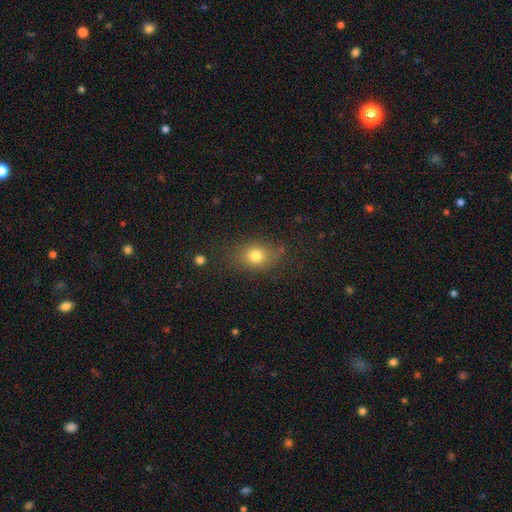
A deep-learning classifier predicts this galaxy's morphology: A smooth galaxy with no disk features (77%) that is in between round and cigar-shaped (54%).

Vote fractions:
- Smooth or featured? smooth: 77% / star or artifact: 13% / featured or disk: 10%
- How rounded? in between: 54% / round: 45% / cigar-shaped: 2%
- Merging? none: 76% / minor disturbance: 16% / major disturbance: 6% / merger: 2%